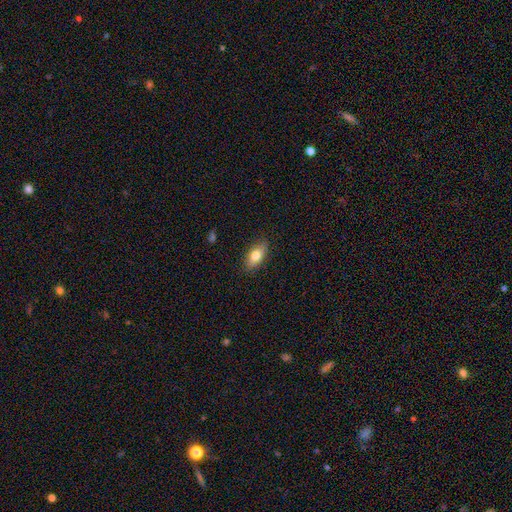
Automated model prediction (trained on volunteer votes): This is likely a smooth galaxy (77%). How rounded: clearly in between (85%). Merging: clearly none (86%).